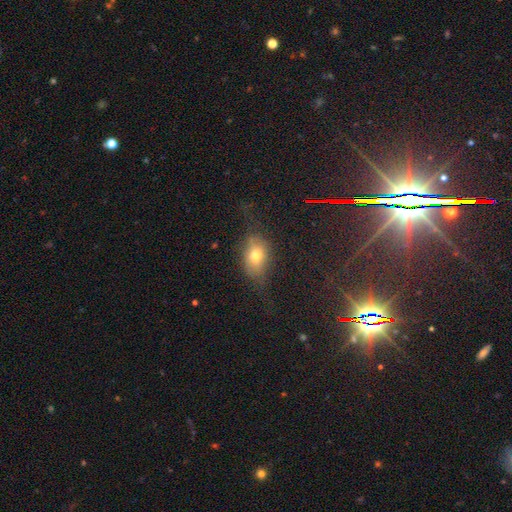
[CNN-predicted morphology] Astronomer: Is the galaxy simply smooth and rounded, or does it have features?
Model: smooth — 68%.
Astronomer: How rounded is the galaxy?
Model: in between — 76%.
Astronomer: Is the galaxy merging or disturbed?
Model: none — 58%.